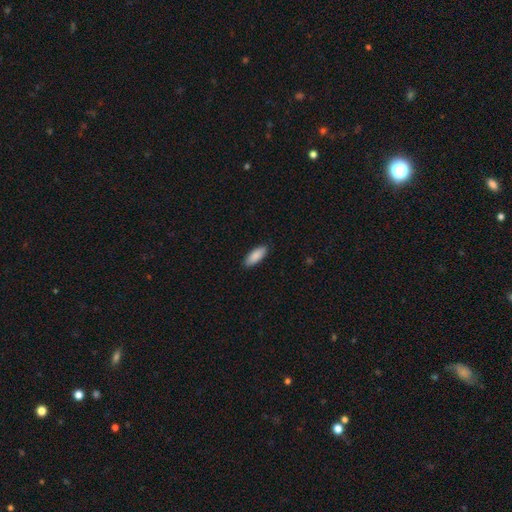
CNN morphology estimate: A smooth galaxy with no disk features (89%) that is in between round and cigar-shaped (78%). Merging: none (88%).